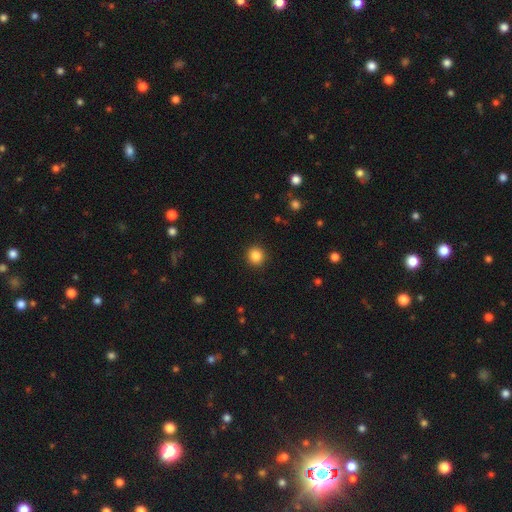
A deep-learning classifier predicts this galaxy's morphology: This appears to be a smooth galaxy with no disk features (86%) that is round (91%). Merging: none (92%).